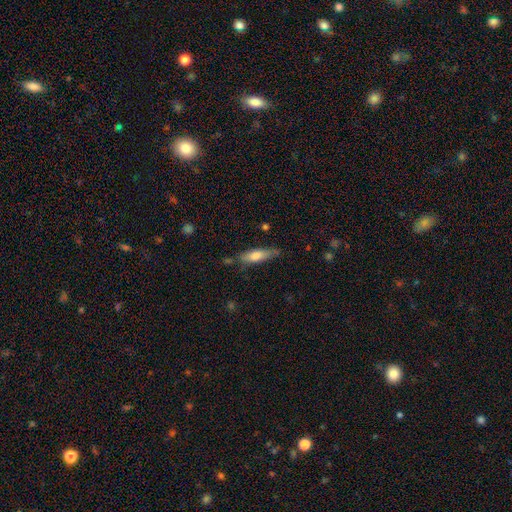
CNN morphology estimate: smooth-or-featured: smooth: 68% | featured or disk: 26% | star or artifact: 6%
  how-rounded: cigar-shaped: 65% | in between: 33% | round: 2%
  merging: none: 67% | minor disturbance: 23% | major disturbance: 5% | merger: 5%